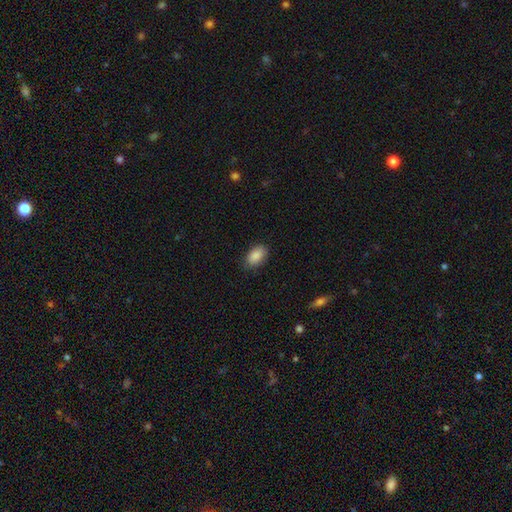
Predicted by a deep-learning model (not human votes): This appears to be a smooth galaxy with no disk features (89%) that is in between round and cigar-shaped (92%). Merging: none (84%).